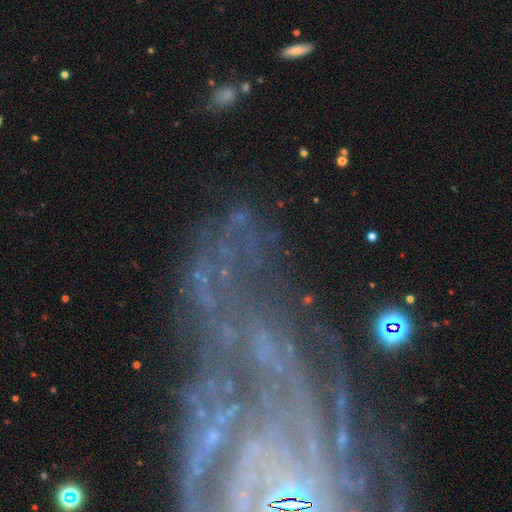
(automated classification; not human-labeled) Q: Smooth or featured?
A: featured or disk (56%); runner-up: star or artifact (30%)
Q: Edge-on disk?
A: no (88%); runner-up: yes (12%)
Q: Merging?
A: none (57%); runner-up: major disturbance (20%)